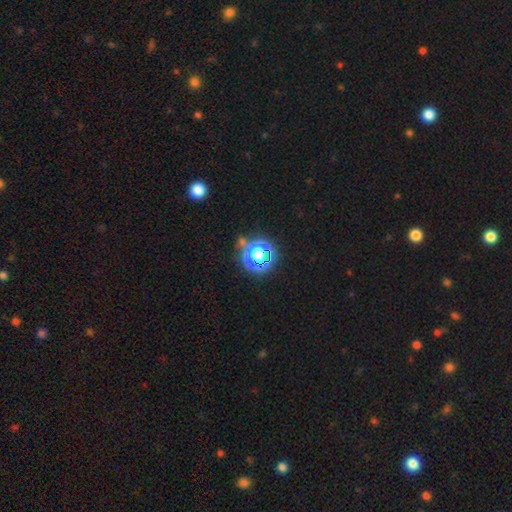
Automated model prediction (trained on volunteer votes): Smooth or featured? Predicted: star or artifact (p=0.75).